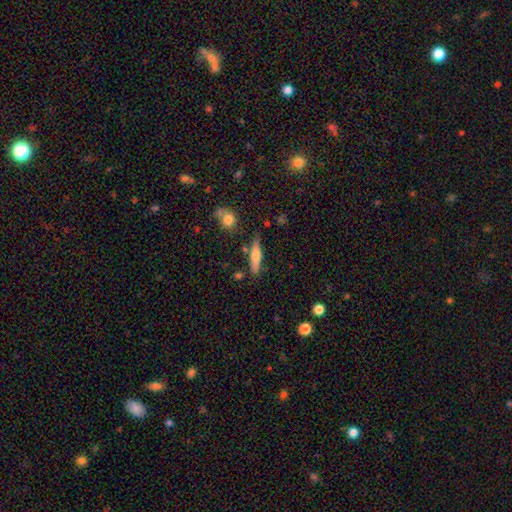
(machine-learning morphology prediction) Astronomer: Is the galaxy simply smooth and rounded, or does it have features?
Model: smooth — 56% (runner-up: featured or disk, 37%).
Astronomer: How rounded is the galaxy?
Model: cigar-shaped — 77%.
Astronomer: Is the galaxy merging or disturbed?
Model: none — 78%.